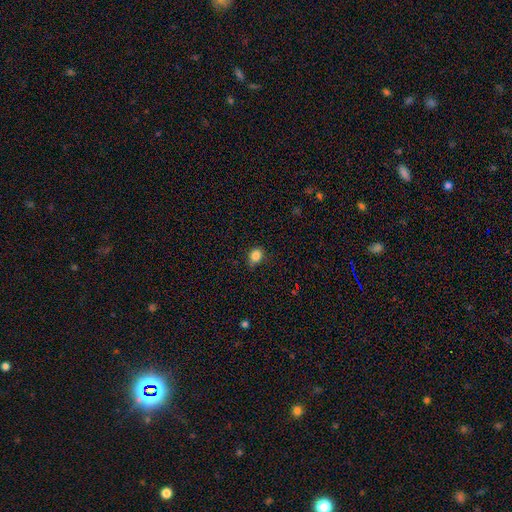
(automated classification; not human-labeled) Smooth or featured?
  - smooth: 84% *
  - star or artifact: 11%
  - featured or disk: 5%
How rounded?
  - round: 51% *
  - in between: 48%
  - cigar-shaped: 1%
Merging?
  - none: 71% *
  - minor disturbance: 23%
  - major disturbance: 5%
  - merger: 1%